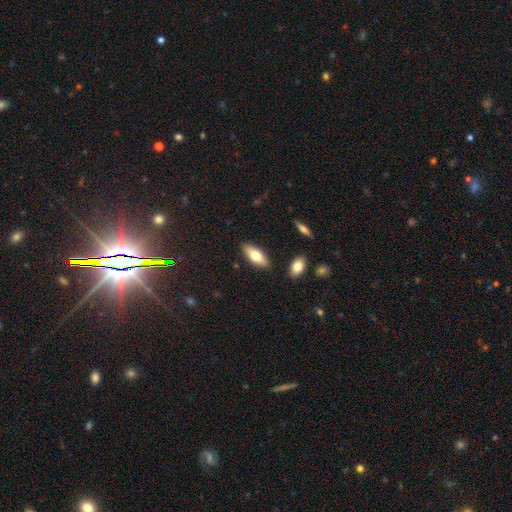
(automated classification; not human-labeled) Smooth or featured: smooth — 69% (featured or disk — 25%)
How rounded: in between — 77% (cigar-shaped — 21%)
Merging: none — 86% (minor disturbance — 9%)